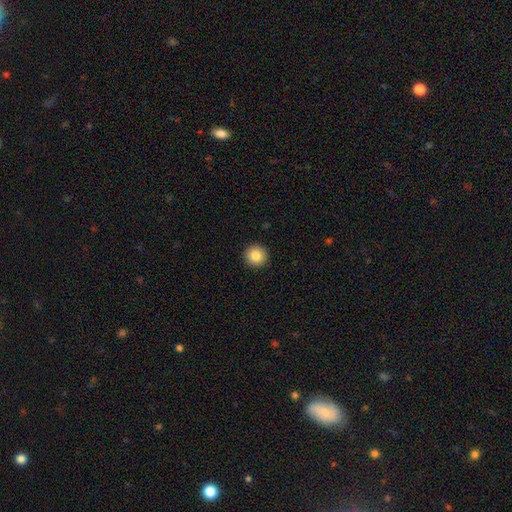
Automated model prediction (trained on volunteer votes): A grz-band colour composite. It shows a smooth galaxy with no disk features (85%) that is round (95%). Merging: none (93%).